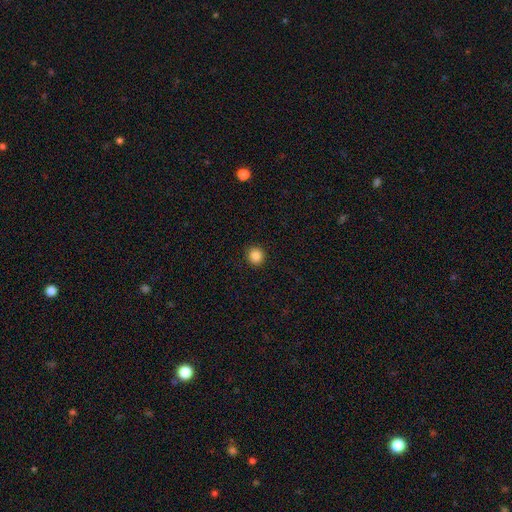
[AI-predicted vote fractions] This is clearly a smooth galaxy (86%). How rounded: clearly round (93%). Merging: clearly none (92%).